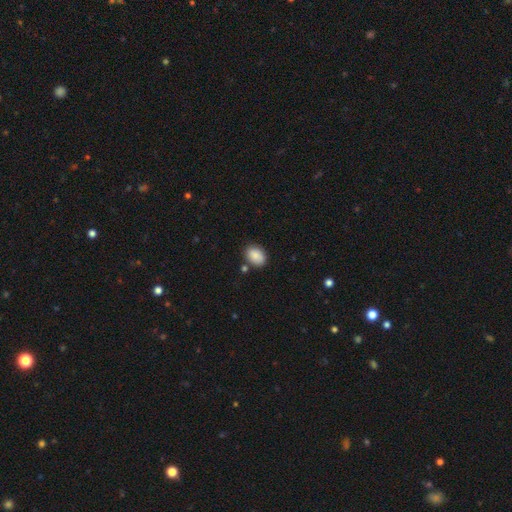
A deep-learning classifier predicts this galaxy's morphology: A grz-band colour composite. It shows a smooth galaxy with no disk features (87%) that is in between round and cigar-shaped (74%). Merging: none (78%).